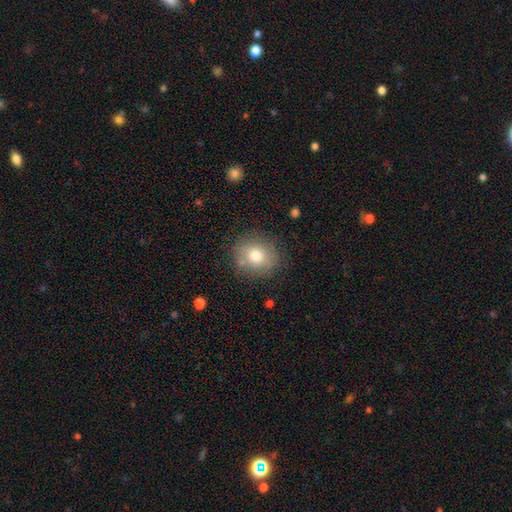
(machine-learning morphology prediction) Q: Smooth or featured?
A: smooth (76%); runner-up: featured or disk (14%)
Q: How rounded?
A: round (81%); runner-up: in between (18%)
Q: Merging?
A: none (82%); runner-up: minor disturbance (12%)